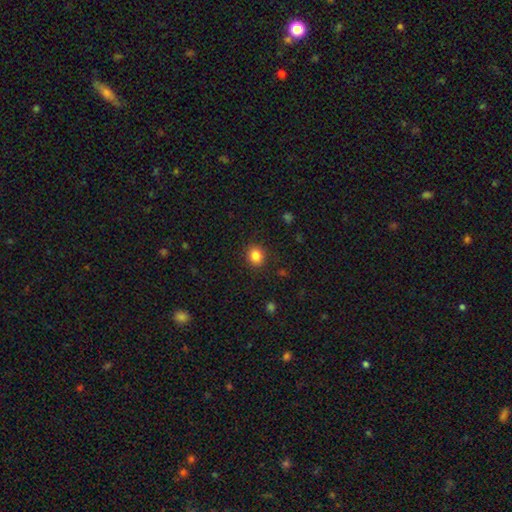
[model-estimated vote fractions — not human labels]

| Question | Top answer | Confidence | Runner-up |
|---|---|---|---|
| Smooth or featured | smooth | 85% | star or artifact (11%) |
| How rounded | round | 72% | in between (27%) |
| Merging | none | 89% | minor disturbance (7%) |